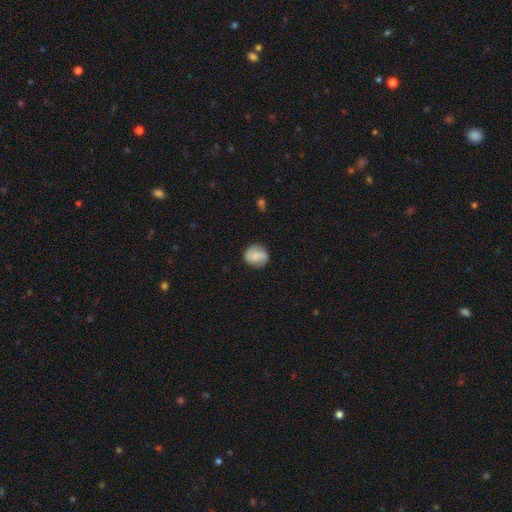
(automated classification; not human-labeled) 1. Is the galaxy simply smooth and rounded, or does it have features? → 51% smooth, 40% featured or disk, 8% star or artifact.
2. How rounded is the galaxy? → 80% round, 19% in between, 1% cigar-shaped.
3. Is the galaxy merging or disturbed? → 80% none, 15% minor disturbance, 4% major disturbance, 1% merger.